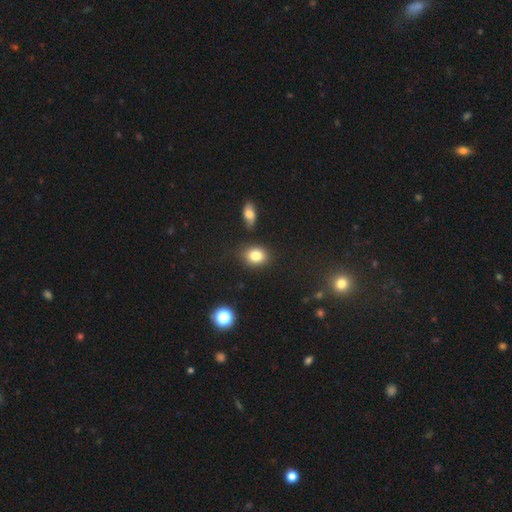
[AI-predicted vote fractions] Smooth or featured?
  - smooth: 82% *
  - star or artifact: 10%
  - featured or disk: 8%
How rounded?
  - in between: 57% *
  - round: 42%
  - cigar-shaped: 1%
Merging?
  - none: 81% *
  - minor disturbance: 11%
  - merger: 5%
  - major disturbance: 3%